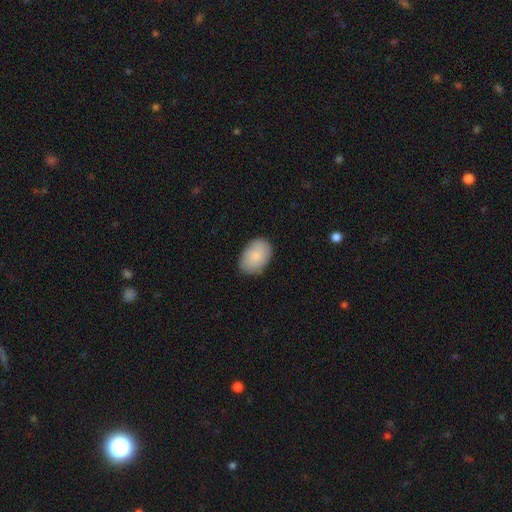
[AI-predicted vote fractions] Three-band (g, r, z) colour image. It shows a smooth galaxy with no disk features (84%) that is in between round and cigar-shaped (86%). Merging: none (83%).